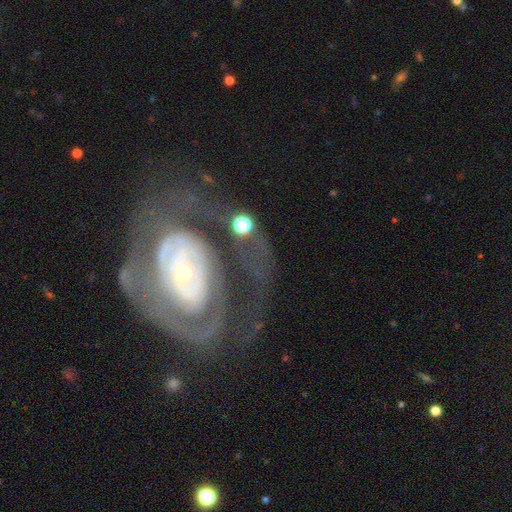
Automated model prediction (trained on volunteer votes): Overall: featured or disk (80%). Edge-on disk: no (95%). Bar: no (69%). Spiral arms: yes (69%; no 31%). Spiral arm count: can't tell (43%; 2 31%). Spiral winding: tight (63%; medium 25%). Bulge size: small (71%). Merging: none (49%; major disturbance 29%).